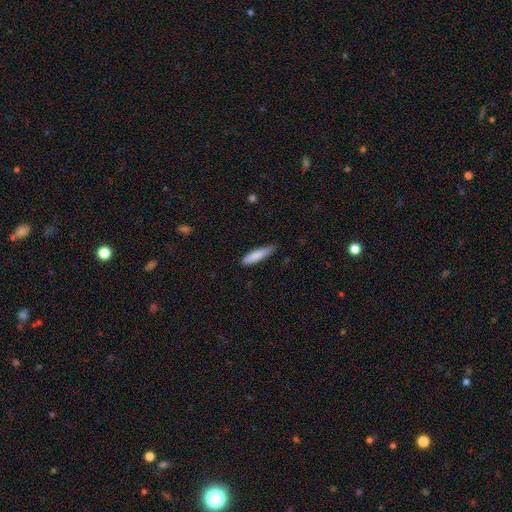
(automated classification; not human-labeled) Smooth or featured? Predicted: smooth (p=0.84). How rounded? Predicted: cigar-shaped (p=0.78). Merging? Predicted: none (p=0.78).